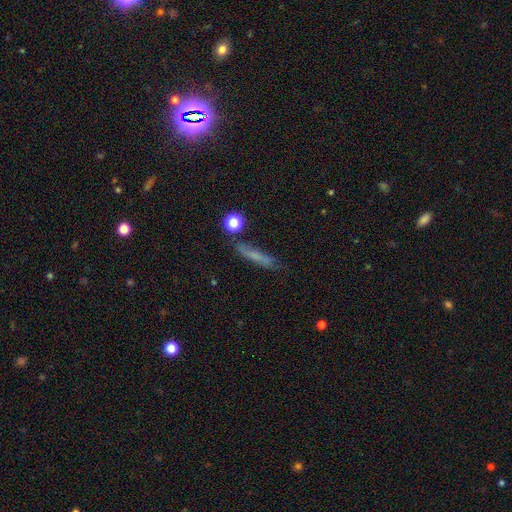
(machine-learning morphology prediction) smooth-or-featured: smooth: 63% | featured or disk: 24% | star or artifact: 13%
  how-rounded: cigar-shaped: 84% | in between: 11% | round: 5%
  merging: none: 71% | minor disturbance: 18% | major disturbance: 6% | merger: 5%